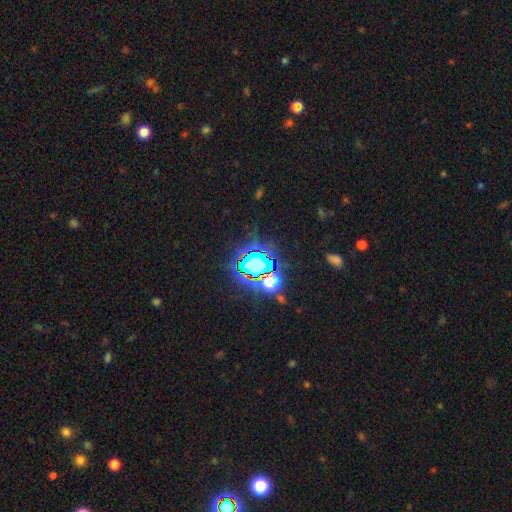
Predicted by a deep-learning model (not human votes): Smooth or featured?
  - star or artifact: 81% *
  - smooth: 12%
  - featured or disk: 8%